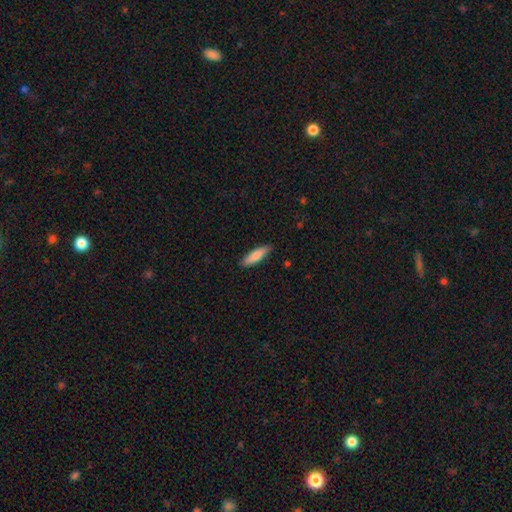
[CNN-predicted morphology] Smooth or featured?
  - smooth: 84% *
  - featured or disk: 11%
  - star or artifact: 6%
How rounded?
  - cigar-shaped: 63% *
  - in between: 35%
  - round: 1%
Merging?
  - none: 88% *
  - minor disturbance: 9%
  - major disturbance: 2%
  - merger: 1%